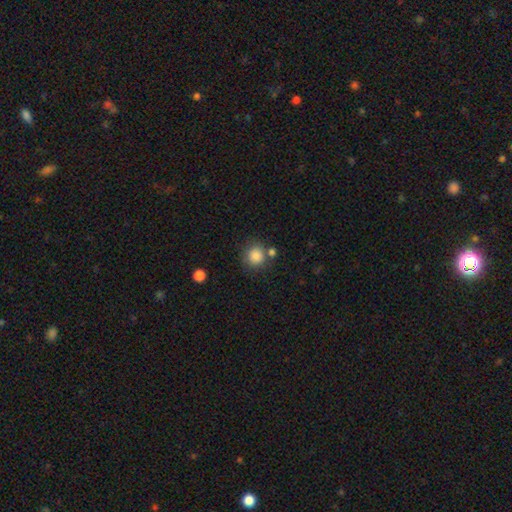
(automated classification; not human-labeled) A smooth galaxy with no disk features (85%) that is round (90%).

Vote fractions:
- Smooth or featured? smooth: 85% / star or artifact: 10% / featured or disk: 5%
- How rounded? round: 90% / in between: 9% / cigar-shaped: 1%
- Merging? none: 73% / merger: 12% / minor disturbance: 11% / major disturbance: 4%